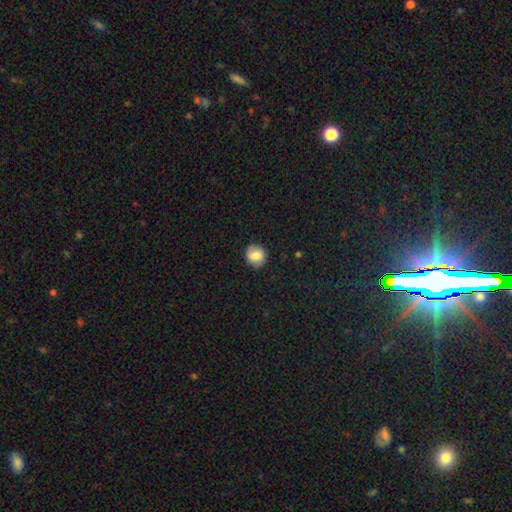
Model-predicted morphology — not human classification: A smooth galaxy with no disk features (77%) that is round (84%).

Vote fractions:
- Smooth or featured? smooth: 77% / featured or disk: 14% / star or artifact: 9%
- How rounded? round: 84% / in between: 15% / cigar-shaped: 1%
- Merging? none: 86% / minor disturbance: 10% / major disturbance: 3% / merger: 1%